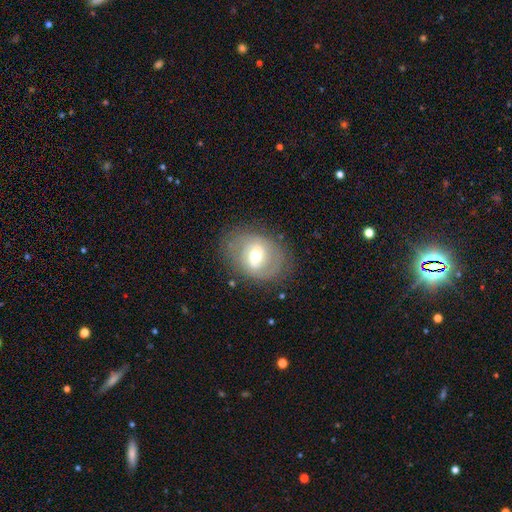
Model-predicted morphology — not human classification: smooth_or_featured: featured or disk (p=0.60) [alt: smooth p=0.32]
disk_edge_on: no (p=0.95) [alt: yes p=0.05]
bar: no (p=0.44) [alt: weak p=0.41]
has_spiral_arms: yes (p=0.56) [alt: no p=0.44]
bulge_size: moderate (p=0.70) [alt: small p=0.16]
merging: none (p=0.74) [alt: minor disturbance p=0.16]